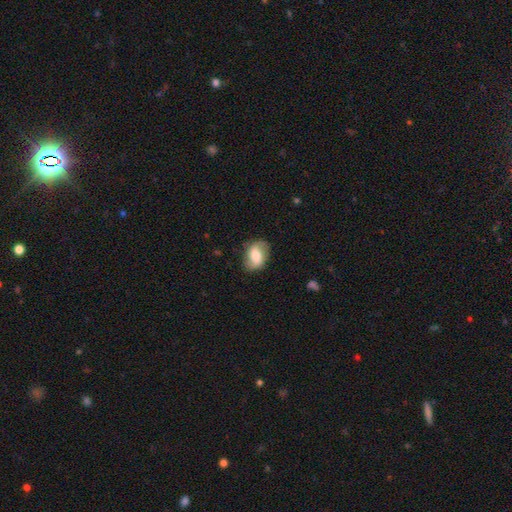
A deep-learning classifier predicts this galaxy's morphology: Smooth or featured?
  - featured or disk: 47% *
  - smooth: 45%
  - star or artifact: 8%
Merging?
  - none: 78% *
  - minor disturbance: 15%
  - major disturbance: 5%
  - merger: 1%